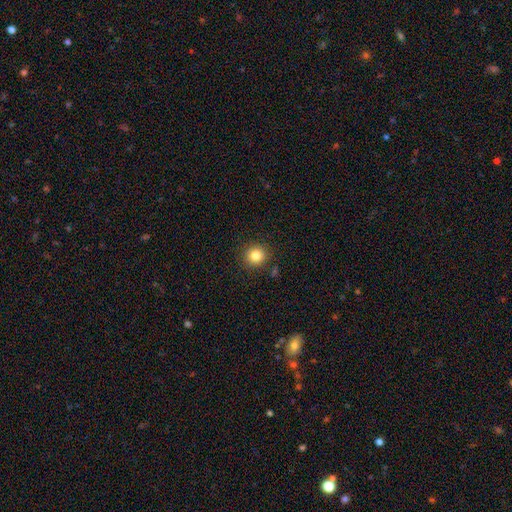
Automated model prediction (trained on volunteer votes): Smooth or featured: smooth — 83% (star or artifact — 12%)
How rounded: round — 92% (in between — 8%)
Merging: none — 89% (minor disturbance — 7%)